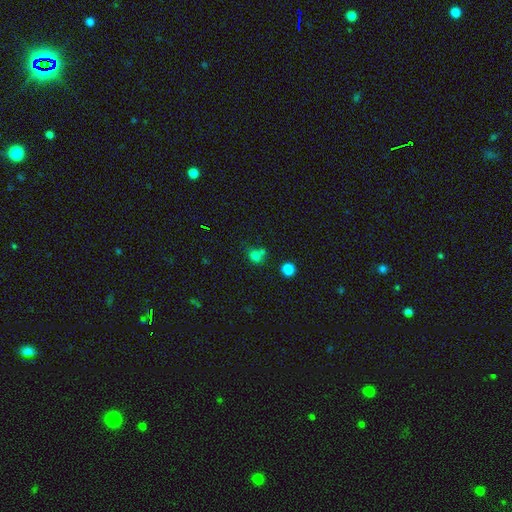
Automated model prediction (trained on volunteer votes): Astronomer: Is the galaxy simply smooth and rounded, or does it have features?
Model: smooth — 73%.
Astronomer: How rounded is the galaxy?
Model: round — 73%.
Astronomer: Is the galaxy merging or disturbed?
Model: none — 48% (runner-up: merger, 32%).